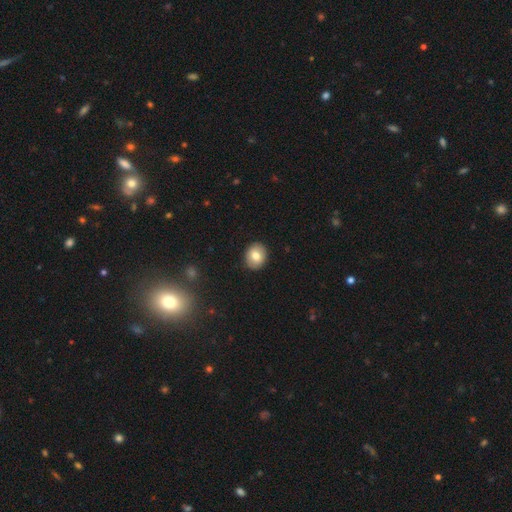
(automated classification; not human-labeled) Q: Smooth or featured?
A: smooth (79%); runner-up: featured or disk (12%)
Q: How rounded?
A: round (65%); runner-up: in between (34%)
Q: Merging?
A: none (90%); runner-up: minor disturbance (7%)